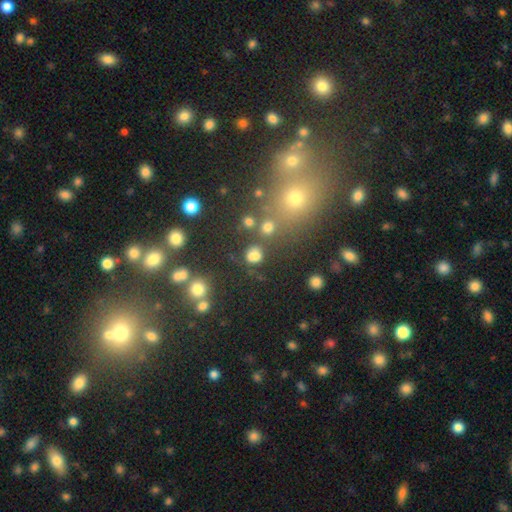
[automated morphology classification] Smooth or featured? Predicted: smooth (p=0.75). How rounded? Predicted: round (p=0.71). Merging? Predicted: none (p=0.64).